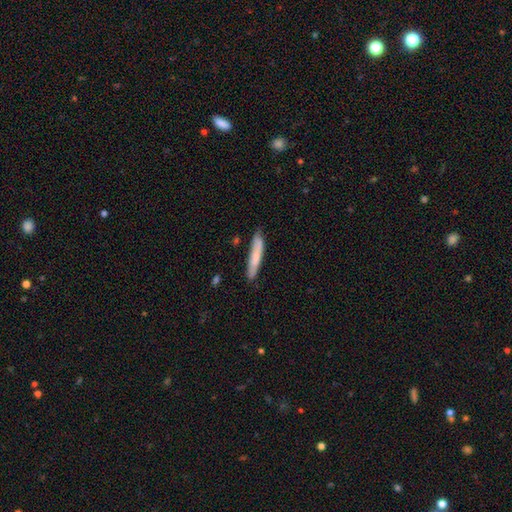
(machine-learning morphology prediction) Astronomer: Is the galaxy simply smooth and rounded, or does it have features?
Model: smooth — 73%.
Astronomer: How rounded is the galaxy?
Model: cigar-shaped — 92%.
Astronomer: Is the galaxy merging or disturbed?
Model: none — 81%.